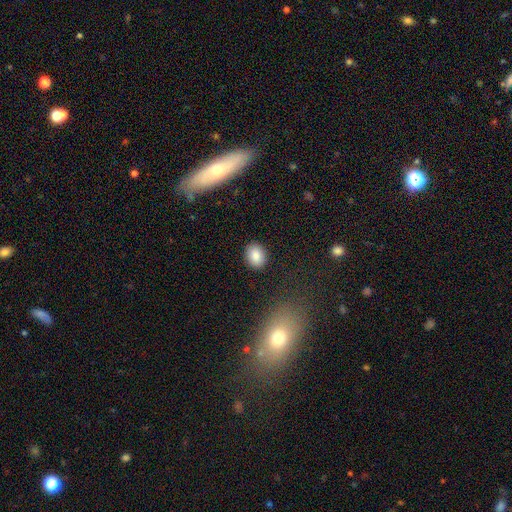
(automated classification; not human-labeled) The model was most divided on "how rounded": in between: 58%, round: 41%, cigar-shaped: 1%. More confident: merging — none (89%); smooth or featured — smooth (86%).